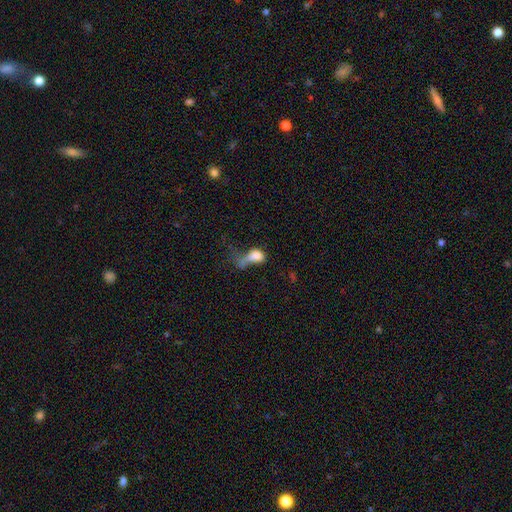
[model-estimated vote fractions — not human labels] smooth_or_featured: smooth (p=0.67) [alt: featured or disk p=0.21]
how_rounded: in between (p=0.76) [alt: round p=0.19]
merging: major disturbance (p=0.47) [alt: merger p=0.28]